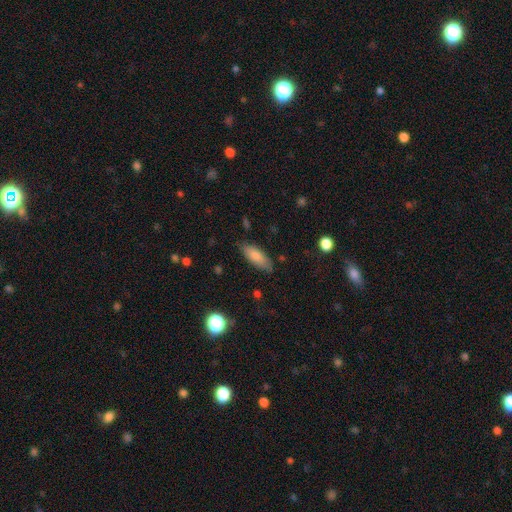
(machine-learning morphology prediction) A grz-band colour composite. It shows a smooth galaxy with no disk features (82%) that is in between round and cigar-shaped (74%). Merging: none (80%).